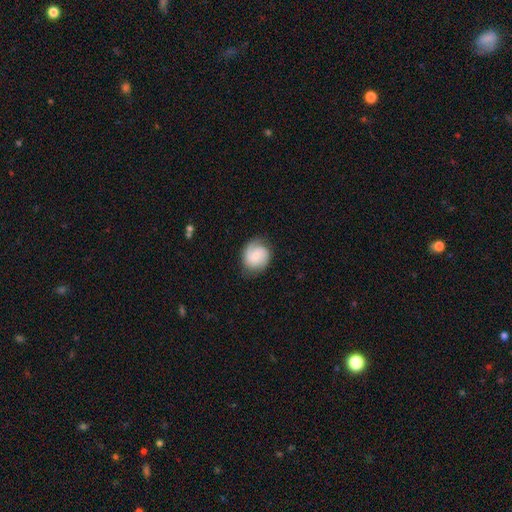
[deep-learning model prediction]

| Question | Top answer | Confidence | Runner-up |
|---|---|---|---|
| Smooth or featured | featured or disk | 64% | smooth (29%) |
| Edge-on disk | no | 98% | yes (2%) |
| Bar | no | 55% | weak (39%) |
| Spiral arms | yes | 95% | no (5%) |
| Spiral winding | tight | 42% | tied: medium (42%) |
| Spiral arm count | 2 | 70% | 1 (15%) |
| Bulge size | small | 45% | moderate (24%) |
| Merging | none | 78% | minor disturbance (15%) |